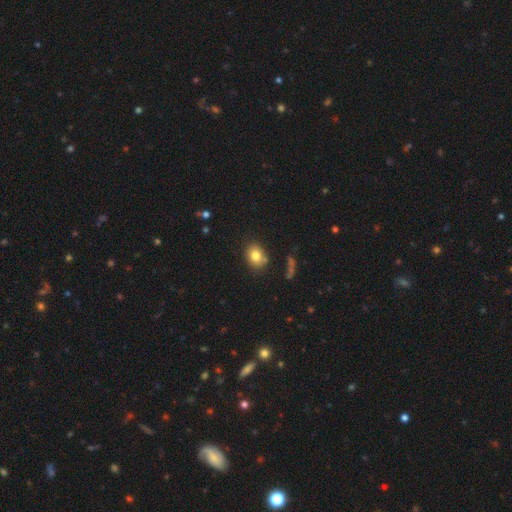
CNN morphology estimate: Smooth or featured? smooth (81%)
How rounded? in between (53%)
Merging? none (76%)